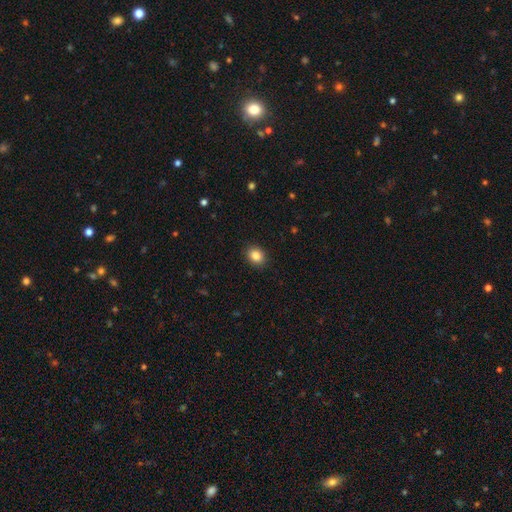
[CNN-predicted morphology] Smooth or featured?
  - smooth: 86% *
  - star or artifact: 9%
  - featured or disk: 5%
How rounded?
  - round: 52% *
  - in between: 47%
  - cigar-shaped: 1%
Merging?
  - none: 90% *
  - minor disturbance: 7%
  - major disturbance: 2%
  - merger: 1%